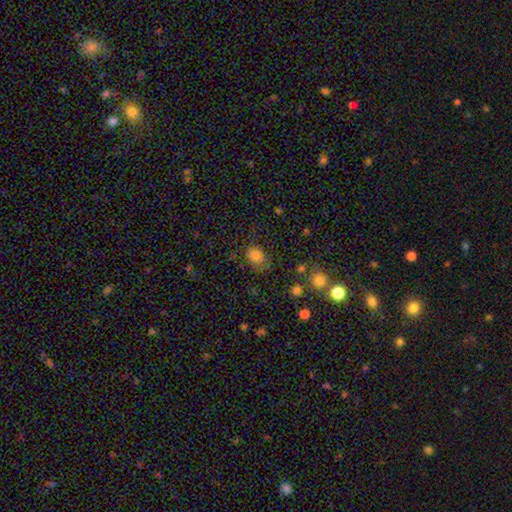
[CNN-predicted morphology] smooth_or_featured: smooth (p=0.79) [alt: star or artifact p=0.13]
how_rounded: in between (p=0.57) [alt: round p=0.42]
merging: none (p=0.61) [alt: minor disturbance p=0.25]